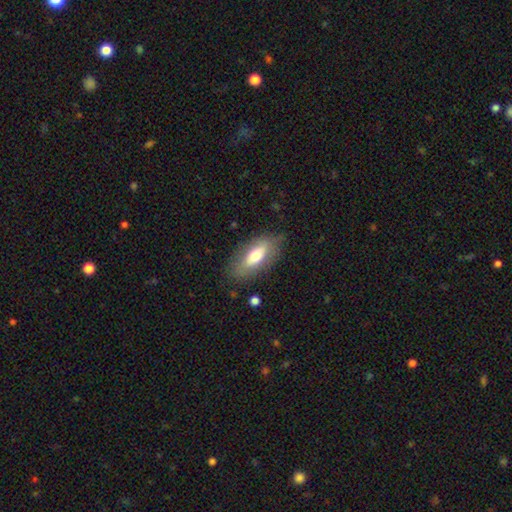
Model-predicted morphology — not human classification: type=smooth (63%); roundness=in between (77%); merging=none (79%).